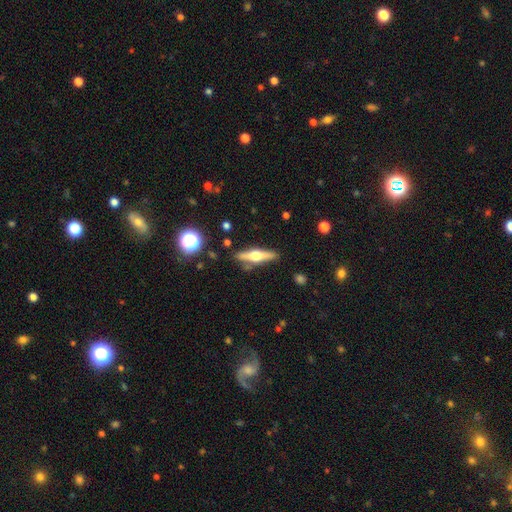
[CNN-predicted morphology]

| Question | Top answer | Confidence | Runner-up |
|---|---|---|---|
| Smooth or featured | featured or disk | 64% | smooth (30%) |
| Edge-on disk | yes | 96% | no (4%) |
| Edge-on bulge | rounded | 94% | boxy (4%) |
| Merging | none | 85% | minor disturbance (10%) |